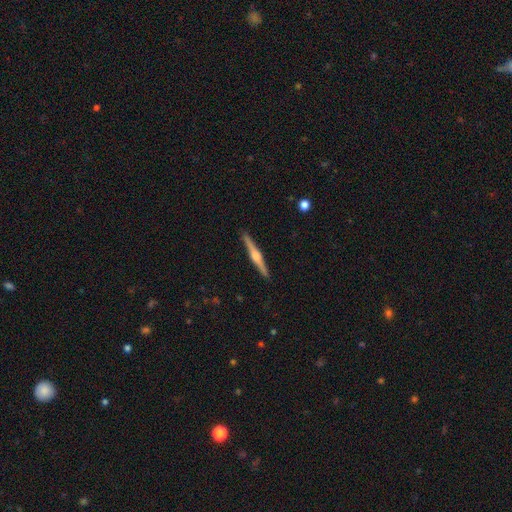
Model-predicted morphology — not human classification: featured or disk 78%, smooth 17%, star or artifact 5%. Down the decision tree: edge-on disk — yes (99%); edge-on bulge — rounded (89%); merging — none (93%).